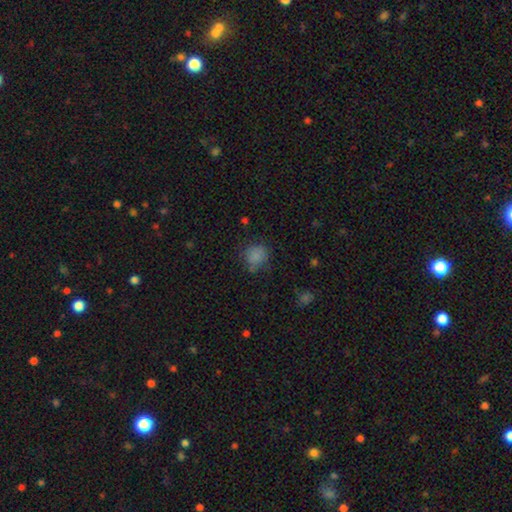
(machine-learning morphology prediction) type=smooth (79%); roundness=round (74%); merging=none (66%).